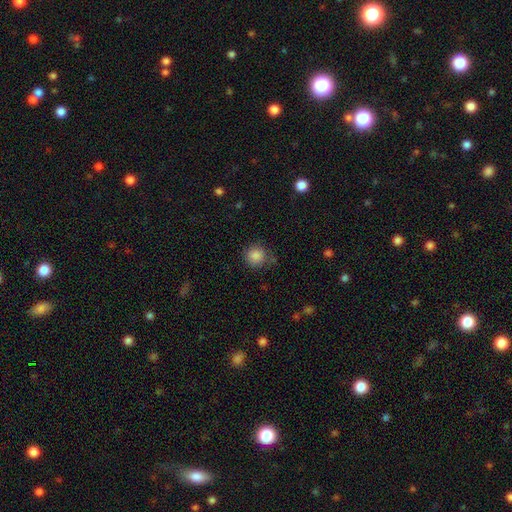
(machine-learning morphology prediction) This is clearly a smooth galaxy (86%). How rounded: clearly round (91%). Merging: likely none (78%).